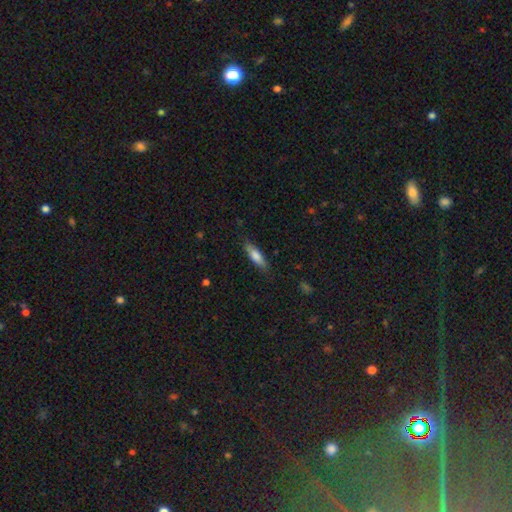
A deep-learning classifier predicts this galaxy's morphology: Overall: smooth (78%). How rounded: cigar-shaped (58%; in between 40%). Merging: none (83%).